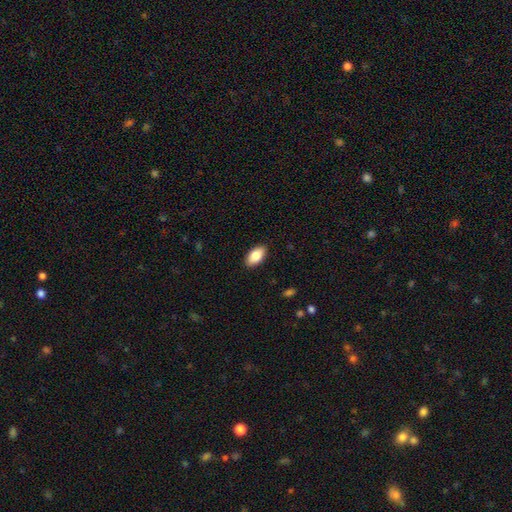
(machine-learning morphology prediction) A smooth galaxy with no disk features (86%) that is in between round and cigar-shaped (94%). Merging: none (89%).